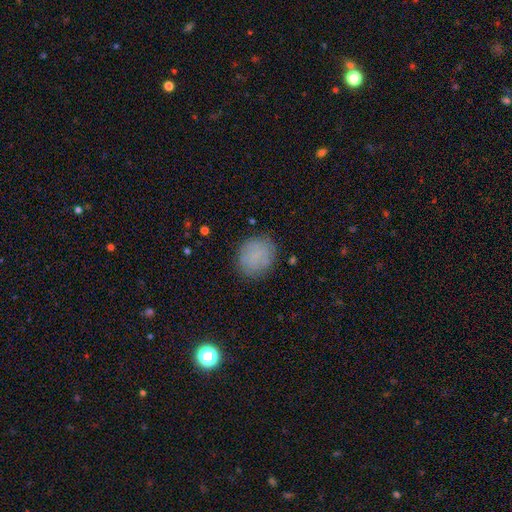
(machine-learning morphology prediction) Smooth or featured: smooth — 77% (featured or disk — 13%)
How rounded: round — 69% (in between — 30%)
Merging: none — 81% (minor disturbance — 14%)